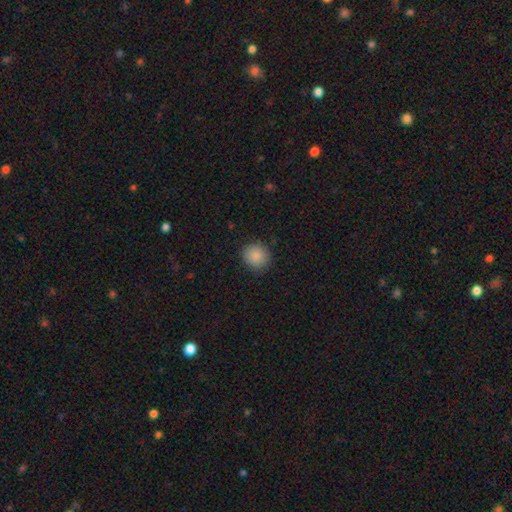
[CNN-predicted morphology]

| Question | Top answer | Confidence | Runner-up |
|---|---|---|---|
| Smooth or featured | smooth | 87% | star or artifact (9%) |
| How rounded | round | 87% | in between (12%) |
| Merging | none | 86% | minor disturbance (10%) |